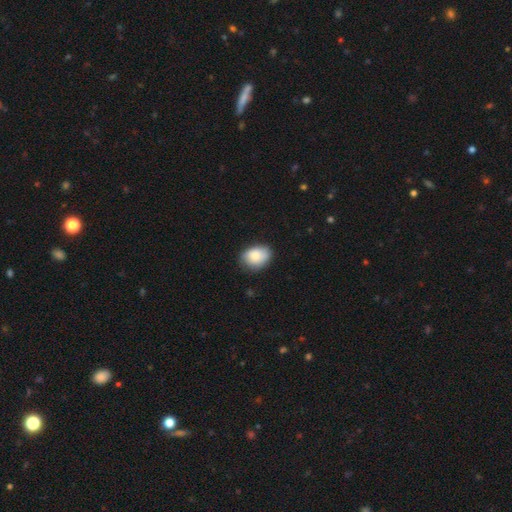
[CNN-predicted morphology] A smooth galaxy with no disk features (81%) that is in between round and cigar-shaped (68%).

Vote fractions:
- Smooth or featured? smooth: 81% / featured or disk: 12% / star or artifact: 7%
- How rounded? in between: 68% / round: 31% / cigar-shaped: 1%
- Merging? none: 75% / minor disturbance: 20% / major disturbance: 4% / merger: 1%